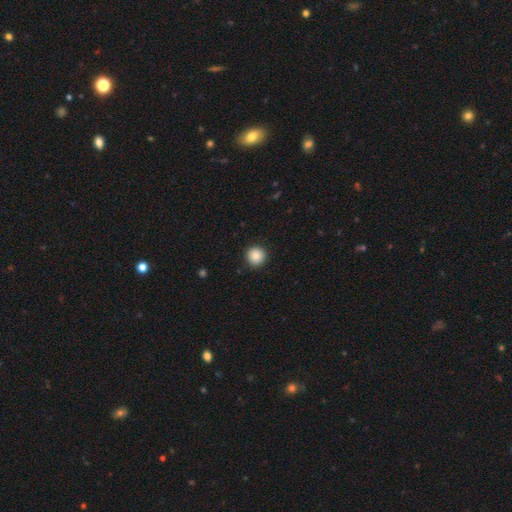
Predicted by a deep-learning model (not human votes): Smooth or featured: smooth — 86% (star or artifact — 9%)
How rounded: round — 95% (in between — 4%)
Merging: none — 92% (minor disturbance — 5%)